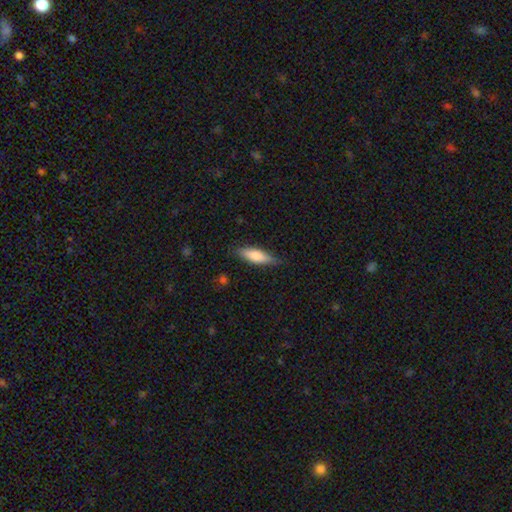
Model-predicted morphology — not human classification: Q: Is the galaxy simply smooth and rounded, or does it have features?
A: smooth — 71%.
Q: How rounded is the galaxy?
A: cigar-shaped — 55%.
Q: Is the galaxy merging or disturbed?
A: none — 82%.